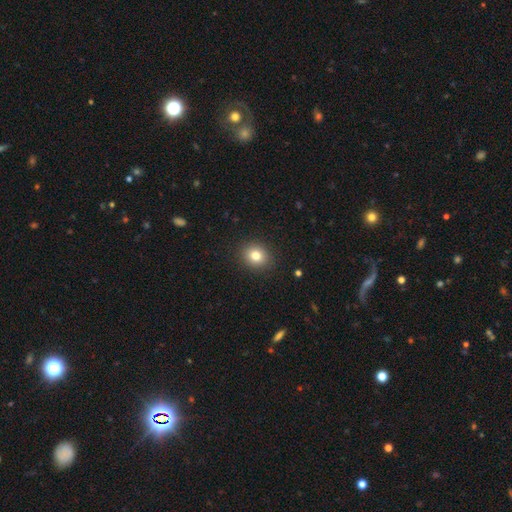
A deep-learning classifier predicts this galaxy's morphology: A smooth galaxy with no disk features (80%) that is round (72%). Merging: none (91%).